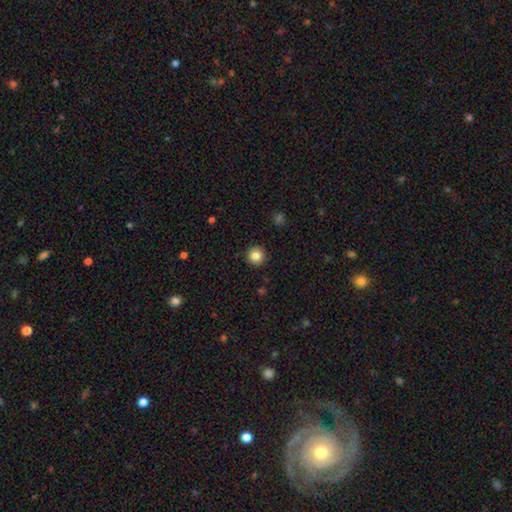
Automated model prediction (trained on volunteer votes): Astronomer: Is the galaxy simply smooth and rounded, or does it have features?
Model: smooth — 84%.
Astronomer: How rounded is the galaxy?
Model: round — 95%.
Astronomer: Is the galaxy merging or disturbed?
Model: none — 92%.